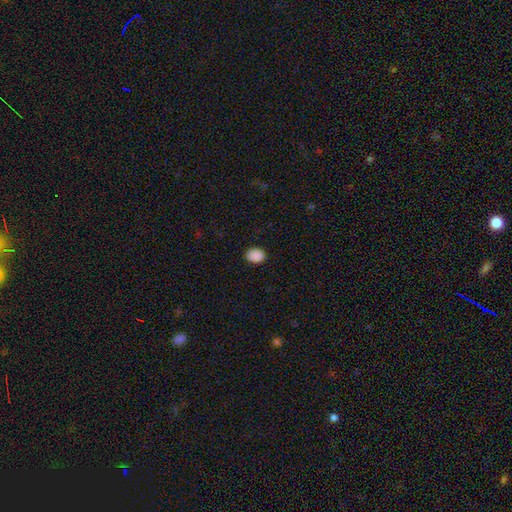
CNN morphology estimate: Smooth or featured?
  - smooth: 89% *
  - star or artifact: 9%
  - featured or disk: 2%
How rounded?
  - in between: 58% *
  - round: 41%
  - cigar-shaped: 1%
Merging?
  - none: 88% *
  - minor disturbance: 9%
  - major disturbance: 2%
  - merger: 1%